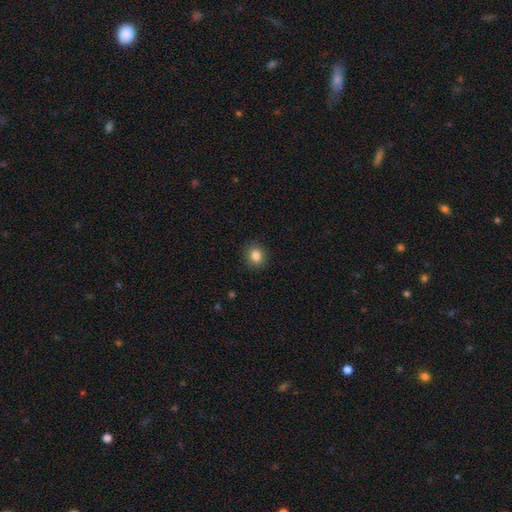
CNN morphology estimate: type=smooth (85%); roundness=round (65%); merging=none (88%).